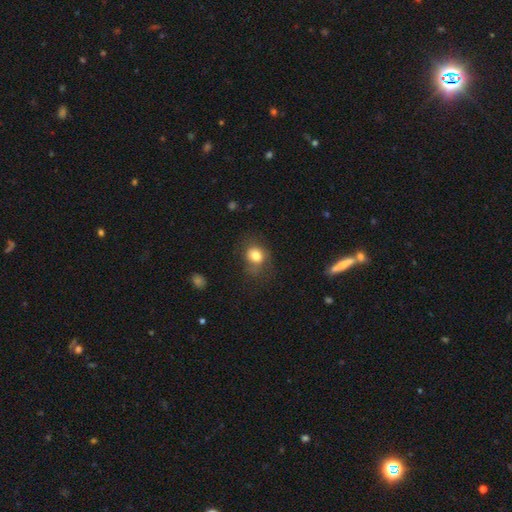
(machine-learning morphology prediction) A smooth galaxy with no disk features (79%) that is round (56%).

Vote fractions:
- Smooth or featured? smooth: 79% / featured or disk: 11% / star or artifact: 10%
- How rounded? round: 56% / in between: 43% / cigar-shaped: 1%
- Merging? none: 56% / minor disturbance: 25% / major disturbance: 17% / merger: 2%